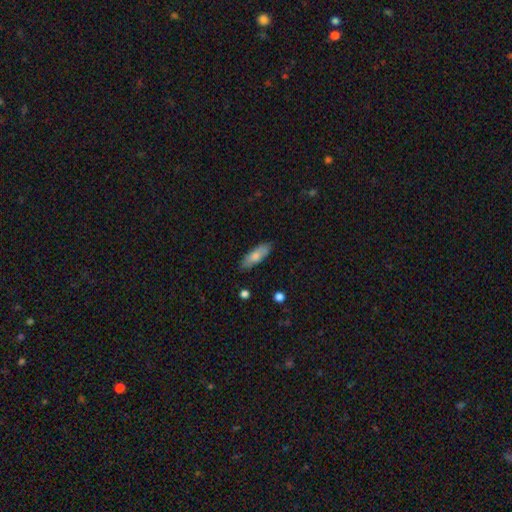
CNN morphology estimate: A smooth galaxy with no disk features (77%) that is in between round and cigar-shaped (56%). Merging: none (83%).